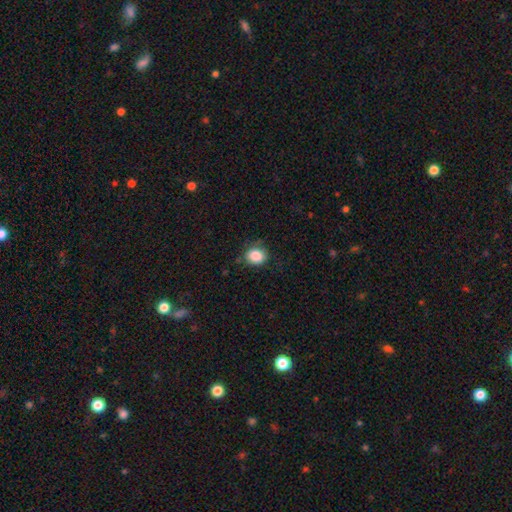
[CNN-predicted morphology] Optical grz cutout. It shows a smooth galaxy with no disk features (87%) that is round (66%). Merging: none (76%).